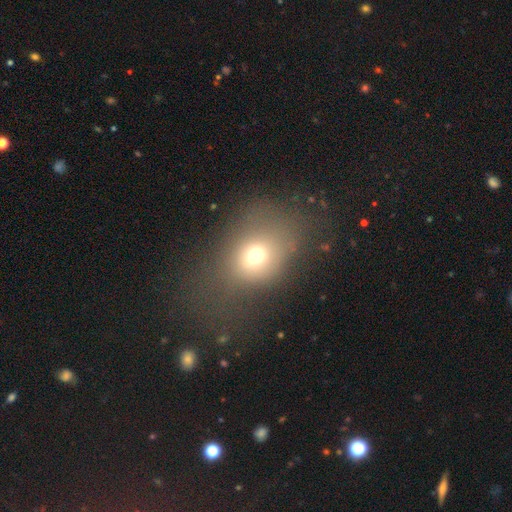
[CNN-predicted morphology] This appears to be a smooth galaxy with no disk features (67%) that is in between round and cigar-shaped (56%). Merging: none (48%).